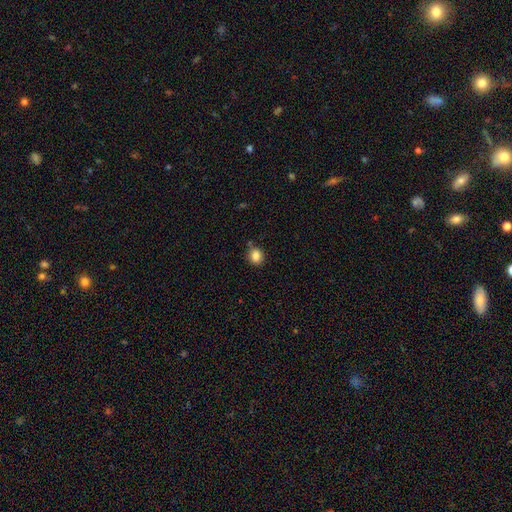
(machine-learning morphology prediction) Smooth or featured? smooth (86%)
How rounded? round (71%)
Merging? none (76%)